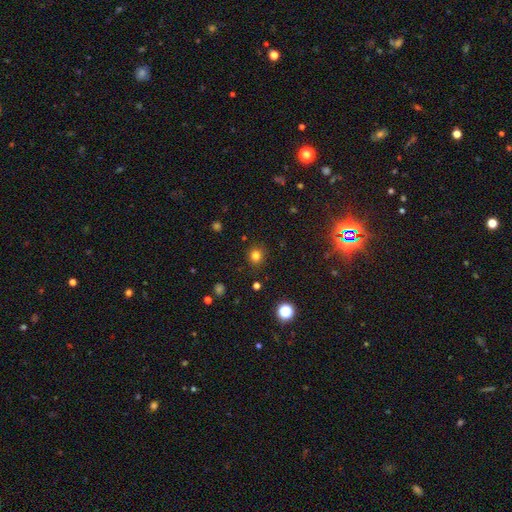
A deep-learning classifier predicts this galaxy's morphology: smooth-or-featured: smooth: 79% | star or artifact: 15% | featured or disk: 5%
  how-rounded: round: 88% | in between: 11% | cigar-shaped: 1%
  merging: none: 89% | minor disturbance: 8% | major disturbance: 3% | merger: 1%